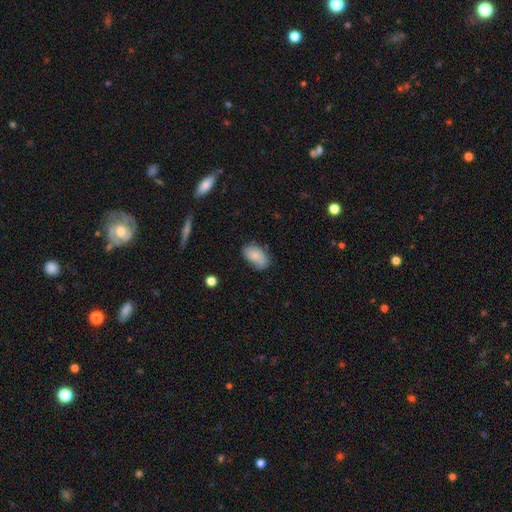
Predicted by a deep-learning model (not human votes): Smooth or featured?
  - smooth: 78% *
  - featured or disk: 14%
  - star or artifact: 7%
How rounded?
  - in between: 93% *
  - round: 5%
  - cigar-shaped: 2%
Merging?
  - none: 65% *
  - minor disturbance: 26%
  - major disturbance: 6%
  - merger: 2%